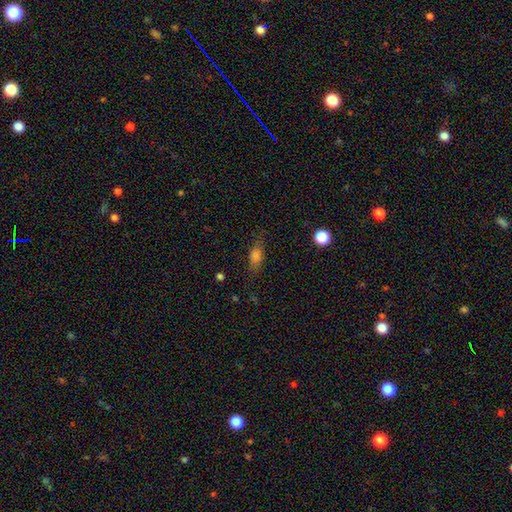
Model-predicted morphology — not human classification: Q: Smooth or featured?
A: smooth (70%); runner-up: featured or disk (17%)
Q: How rounded?
A: in between (69%); runner-up: cigar-shaped (22%)
Q: Merging?
A: none (75%); runner-up: minor disturbance (17%)